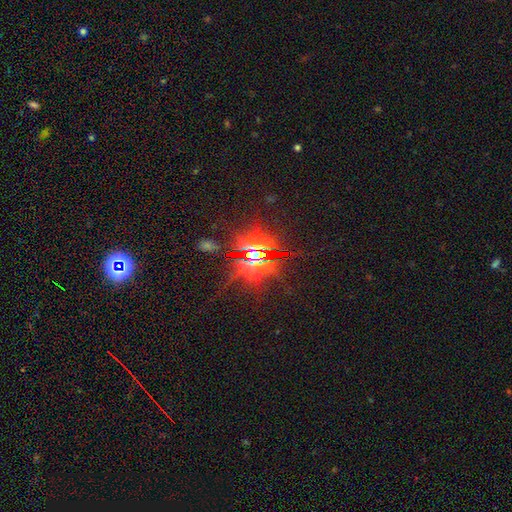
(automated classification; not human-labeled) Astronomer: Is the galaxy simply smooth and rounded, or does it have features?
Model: star or artifact — 81%.